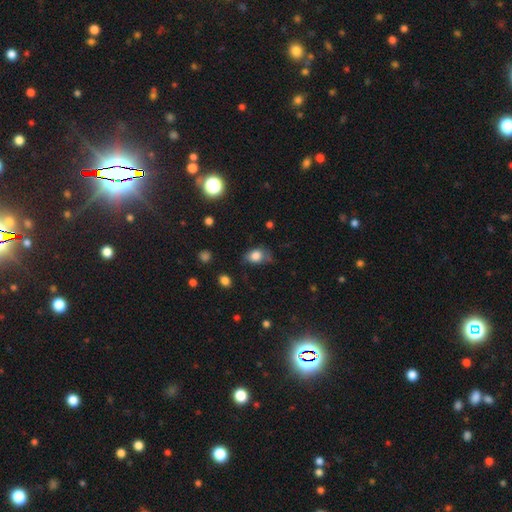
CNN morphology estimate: Q: Smooth or featured?
A: smooth (78%); runner-up: featured or disk (12%)
Q: How rounded?
A: in between (68%); runner-up: round (31%)
Q: Merging?
A: none (53%); runner-up: minor disturbance (32%)